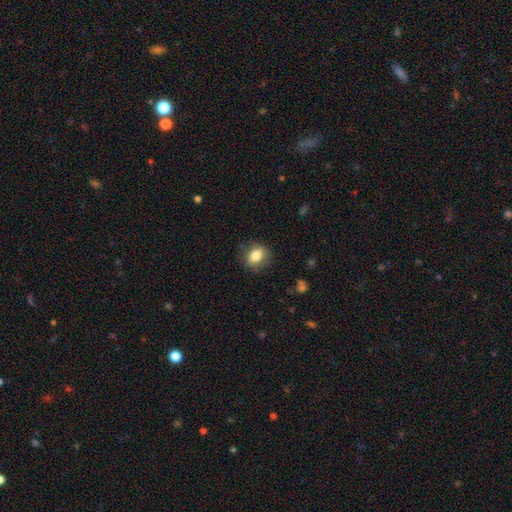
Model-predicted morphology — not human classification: Smooth or featured? Predicted: smooth (p=0.81). How rounded? Predicted: round (p=0.50). Merging? Predicted: none (p=0.80).